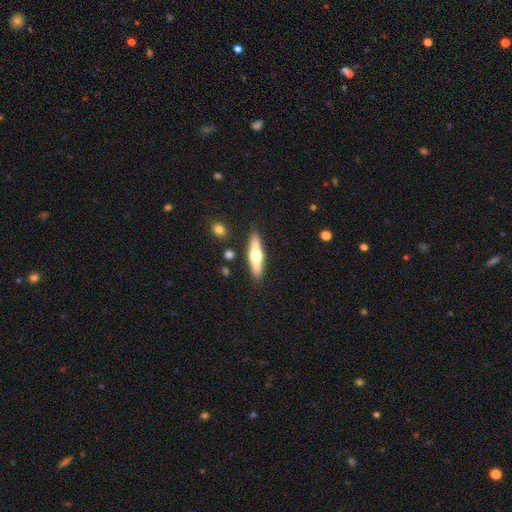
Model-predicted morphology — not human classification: featured or disk 47% (tied), smooth 47% (tied), star or artifact 6%. Down the decision tree: merging — none (87%).